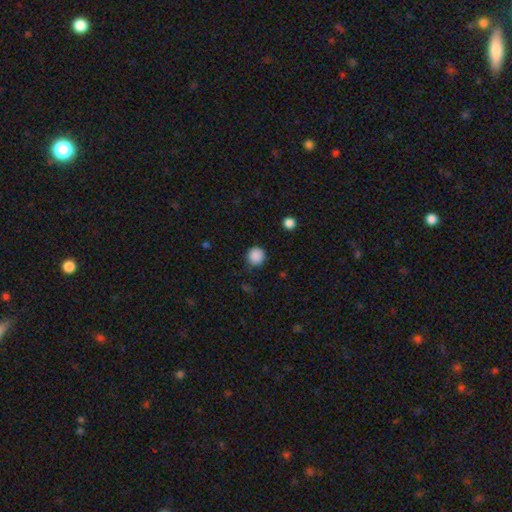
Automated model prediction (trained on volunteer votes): smooth 87%, star or artifact 10%, featured or disk 3%. Down the decision tree: how rounded — round (94%); merging — none (86%).